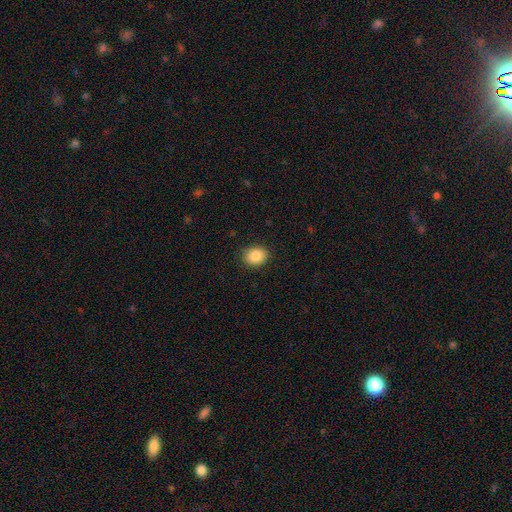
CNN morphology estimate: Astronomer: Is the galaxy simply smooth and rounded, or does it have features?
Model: smooth — 87%.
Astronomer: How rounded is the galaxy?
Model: in between — 53% (runner-up: round, 46%).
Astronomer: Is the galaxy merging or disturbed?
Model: none — 86%.